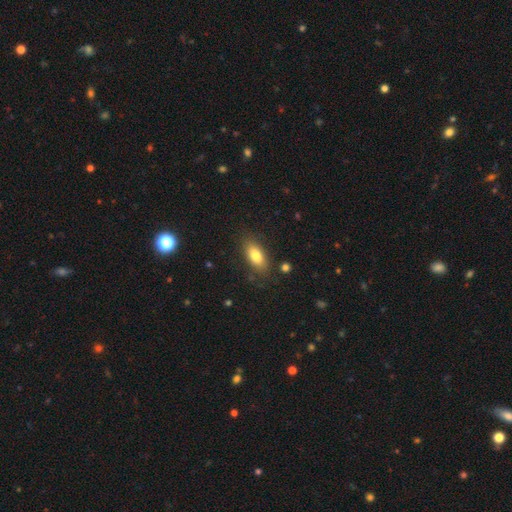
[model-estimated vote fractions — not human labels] Q: Smooth or featured?
A: smooth (80%); runner-up: featured or disk (13%)
Q: How rounded?
A: in between (86%); runner-up: cigar-shaped (10%)
Q: Merging?
A: none (82%); runner-up: minor disturbance (12%)